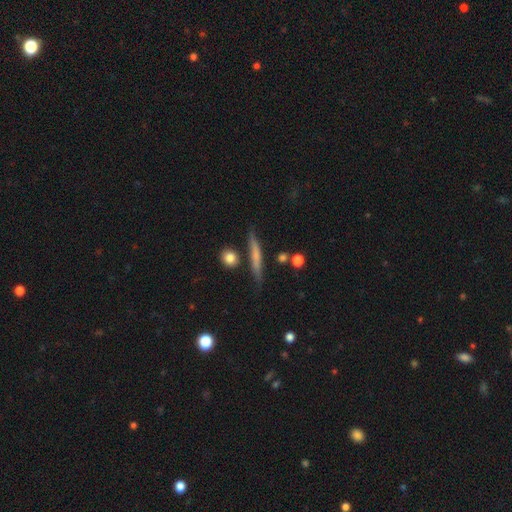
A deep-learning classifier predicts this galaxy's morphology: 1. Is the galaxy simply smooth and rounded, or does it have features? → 52% smooth, 41% featured or disk, 7% star or artifact.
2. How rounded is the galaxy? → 90% cigar-shaped, 6% in between, 5% round.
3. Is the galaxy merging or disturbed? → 80% none, 12% minor disturbance, 4% merger, 3% major disturbance.